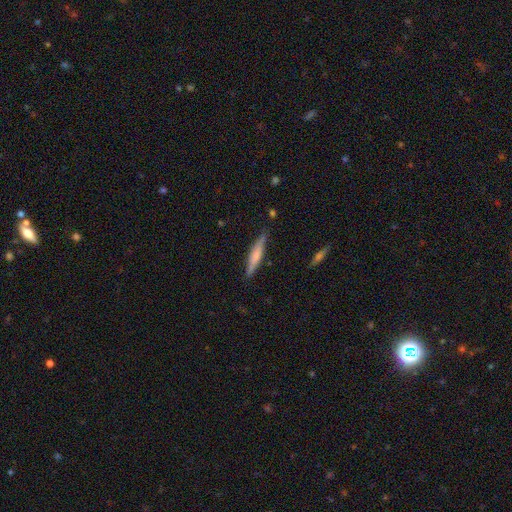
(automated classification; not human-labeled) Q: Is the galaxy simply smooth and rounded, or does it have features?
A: smooth — 58%.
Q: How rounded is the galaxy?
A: cigar-shaped — 89%.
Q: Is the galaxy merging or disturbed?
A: none — 85%.